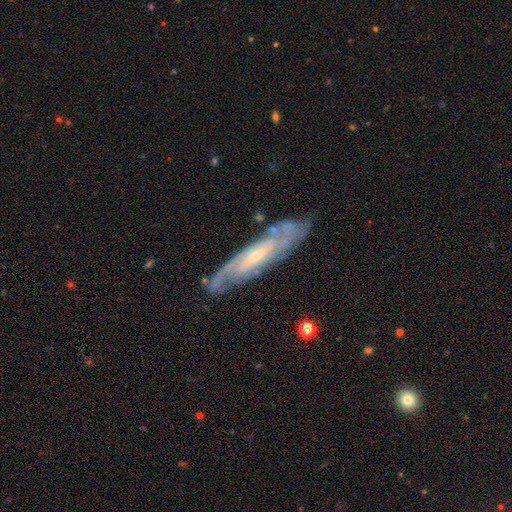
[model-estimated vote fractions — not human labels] This appears to be a featured or disk galaxy (82%) with no bar (51%), tight (56%) spiral arms (93%) and a small central bulge (74%). Merging: none (78%).